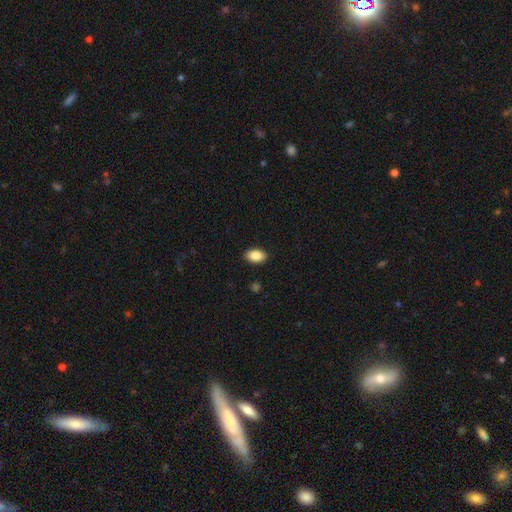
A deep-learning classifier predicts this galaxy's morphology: smooth_or_featured: smooth (p=0.86) [alt: star or artifact p=0.07]
how_rounded: in between (p=0.90) [alt: round p=0.09]
merging: none (p=0.90) [alt: minor disturbance p=0.08]